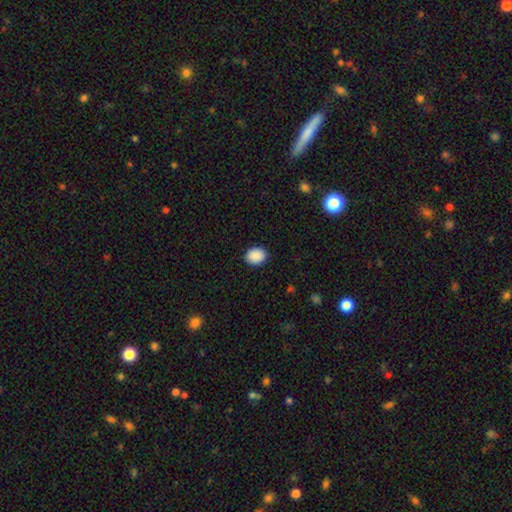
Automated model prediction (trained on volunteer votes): Overall: smooth (90%). How rounded: in between (55%; round 44%). Merging: none (89%).